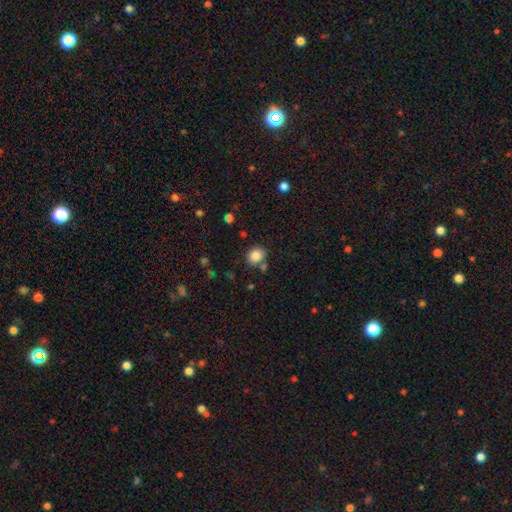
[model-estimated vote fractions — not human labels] Q: Smooth or featured?
A: smooth (85%); runner-up: star or artifact (10%)
Q: How rounded?
A: round (60%); runner-up: in between (39%)
Q: Merging?
A: none (74%); runner-up: minor disturbance (12%)